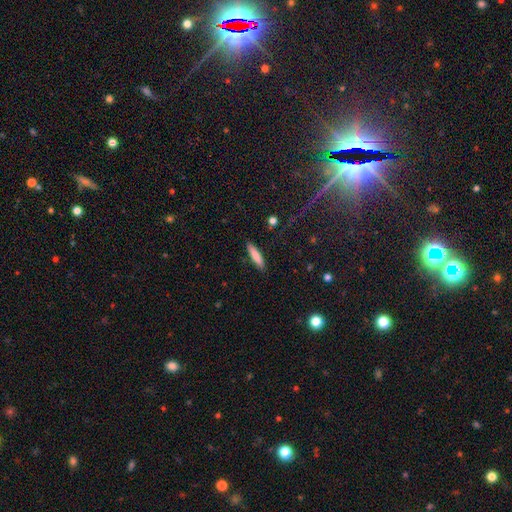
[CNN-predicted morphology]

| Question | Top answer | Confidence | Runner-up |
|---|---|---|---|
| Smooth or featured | smooth | 81% | featured or disk (13%) |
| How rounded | cigar-shaped | 83% | in between (16%) |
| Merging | none | 89% | minor disturbance (8%) |